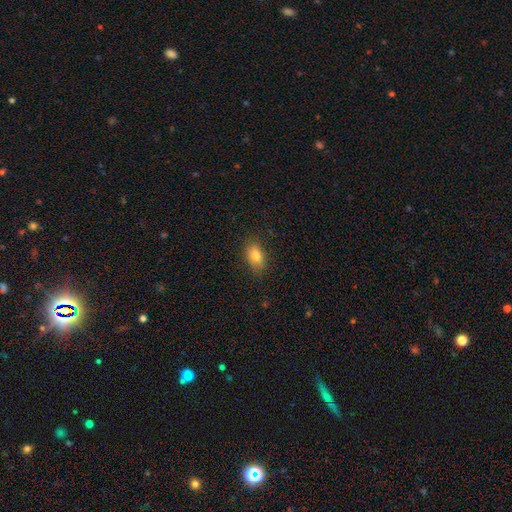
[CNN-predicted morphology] smooth 81%, featured or disk 10%, star or artifact 9%. Down the decision tree: how rounded — in between (88%); merging — none (80%).